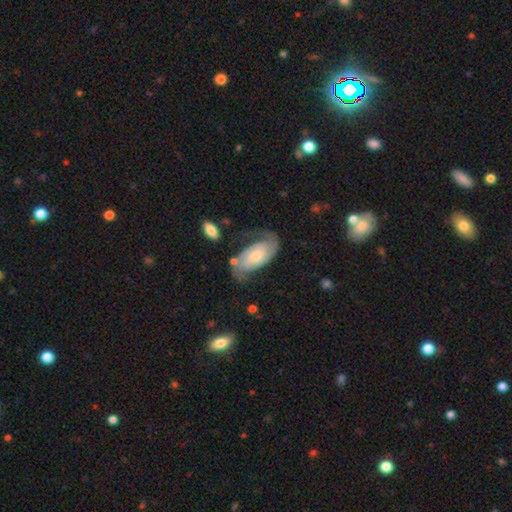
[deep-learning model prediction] Q: Smooth or featured?
A: featured or disk (73%); runner-up: smooth (22%)
Q: Edge-on disk?
A: no (94%); runner-up: yes (6%)
Q: Bar?
A: no (64%); runner-up: weak (28%)
Q: Spiral arms?
A: yes (93%); runner-up: no (7%)
Q: Spiral winding?
A: medium (42%); runner-up: tight (30%)
Q: Spiral arm count?
A: 2 (84%); runner-up: can't tell (9%)
Q: Bulge size?
A: small (48%); runner-up: moderate (39%)
Q: Merging?
A: none (56%); runner-up: minor disturbance (23%)